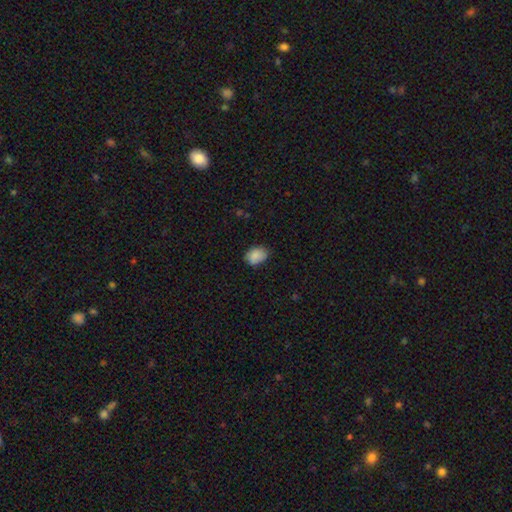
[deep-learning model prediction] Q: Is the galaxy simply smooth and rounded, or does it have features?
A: smooth — 88%.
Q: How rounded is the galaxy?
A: in between — 74%.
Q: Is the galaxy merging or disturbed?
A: none — 74%.